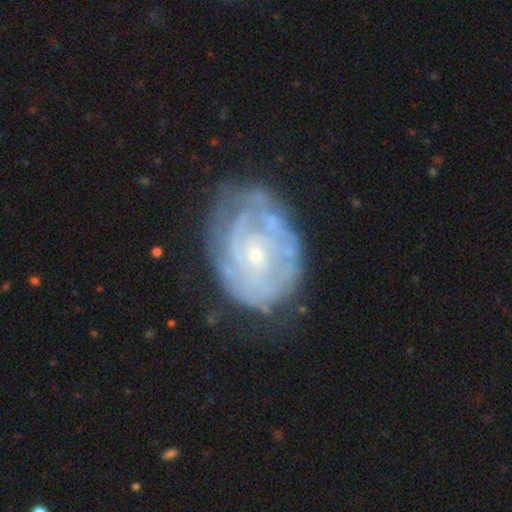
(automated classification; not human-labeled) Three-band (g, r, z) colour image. It shows a featured or disk galaxy (82%) with no bar (75%), tight (73%) spiral arms (87%) and a small central bulge (77%). Merging: none (63%).